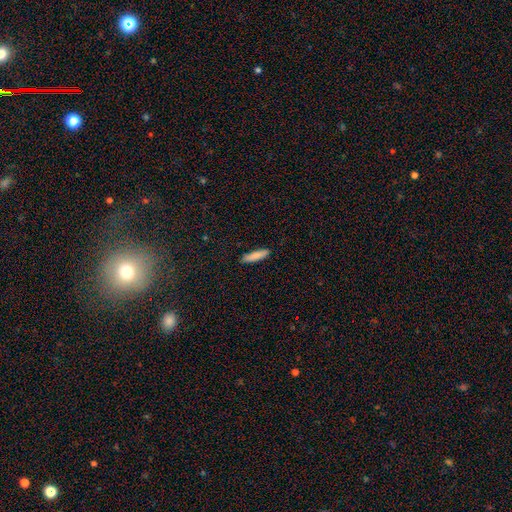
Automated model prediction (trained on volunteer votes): Smooth or featured?
  - smooth: 85% *
  - featured or disk: 9%
  - star or artifact: 6%
How rounded?
  - cigar-shaped: 77% *
  - in between: 22%
  - round: 2%
Merging?
  - none: 90% *
  - minor disturbance: 8%
  - major disturbance: 2%
  - merger: 1%